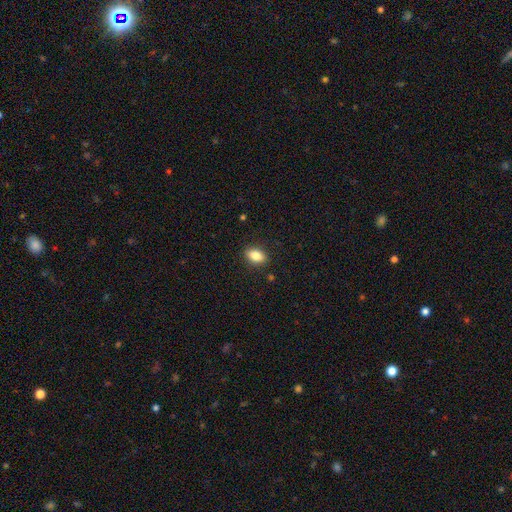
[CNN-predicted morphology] Smooth or featured?
  - smooth: 85% *
  - star or artifact: 8%
  - featured or disk: 6%
How rounded?
  - in between: 87% *
  - round: 10%
  - cigar-shaped: 3%
Merging?
  - none: 88% *
  - minor disturbance: 9%
  - major disturbance: 2%
  - merger: 1%